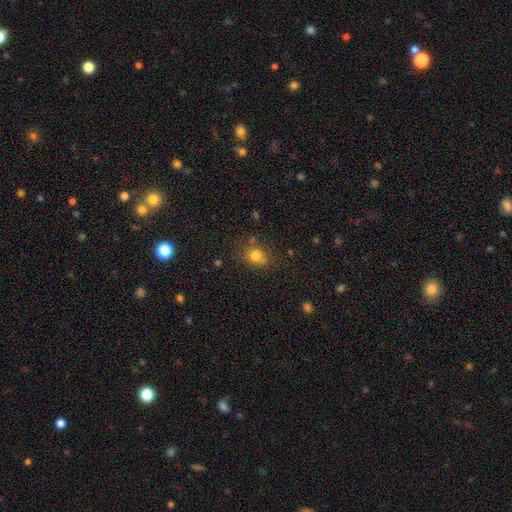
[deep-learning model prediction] Morphology: type=smooth (79%); roundness=round (69%); merging=none (70%).